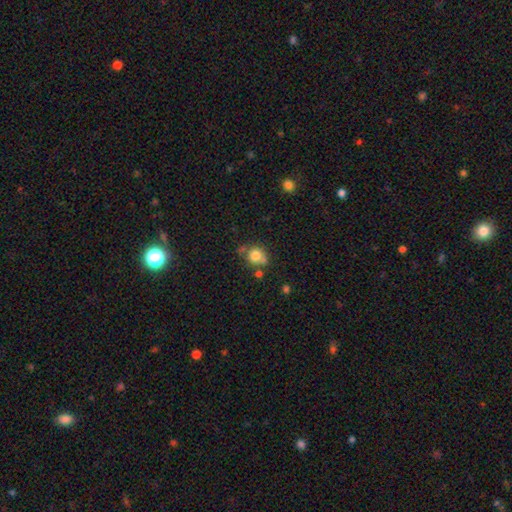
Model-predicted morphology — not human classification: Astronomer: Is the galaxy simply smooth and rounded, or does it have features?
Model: smooth — 79%.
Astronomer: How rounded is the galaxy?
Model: round — 82%.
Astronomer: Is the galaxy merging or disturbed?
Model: none — 57%.